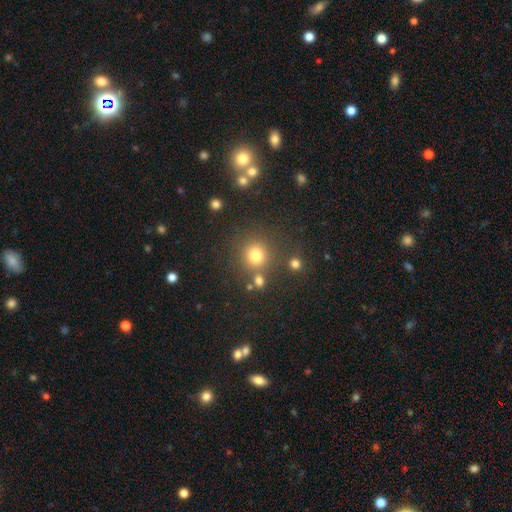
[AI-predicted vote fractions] Overall: smooth (77%). How rounded: round (91%). Merging: none (77%).